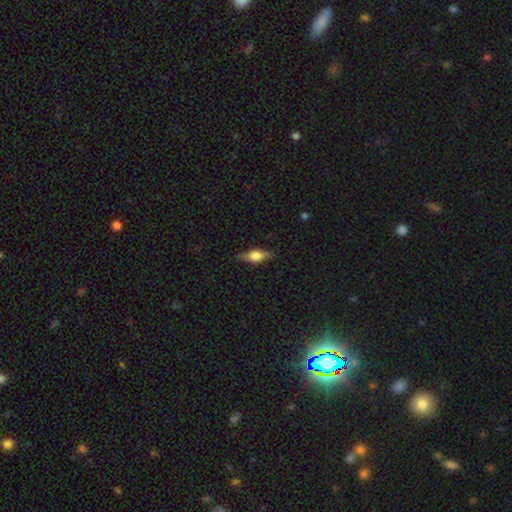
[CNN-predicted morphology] Q: Smooth or featured?
A: smooth (61%); runner-up: featured or disk (31%)
Q: How rounded?
A: in between (66%); runner-up: cigar-shaped (30%)
Q: Merging?
A: none (82%); runner-up: minor disturbance (14%)